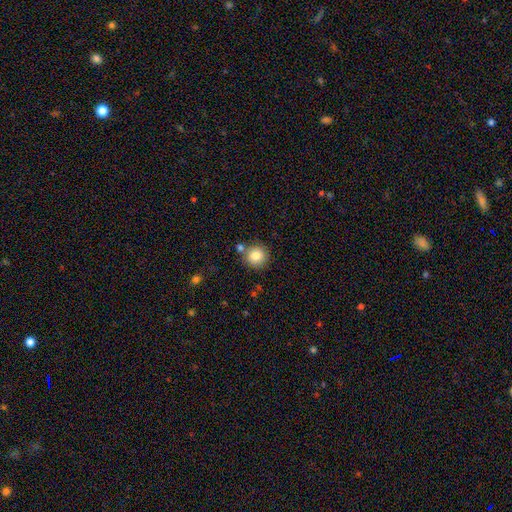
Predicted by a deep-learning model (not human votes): smooth 82%, star or artifact 10%, featured or disk 8%. Down the decision tree: how rounded — round (94%); merging — none (78%).